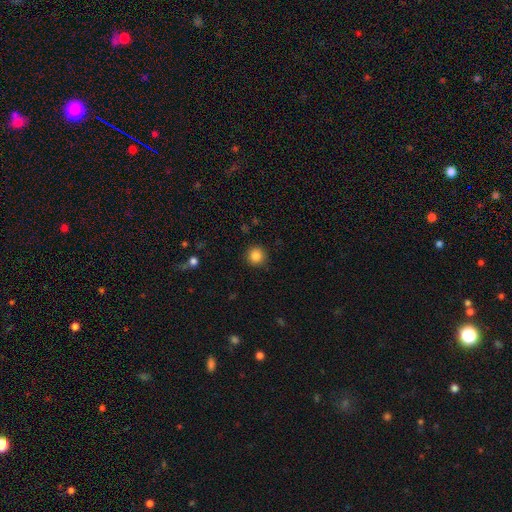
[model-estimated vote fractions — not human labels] smooth-or-featured: smooth: 85% | star or artifact: 10% | featured or disk: 4%
  how-rounded: round: 94% | in between: 5% | cigar-shaped: 1%
  merging: none: 91% | minor disturbance: 6% | major disturbance: 2% | merger: 1%